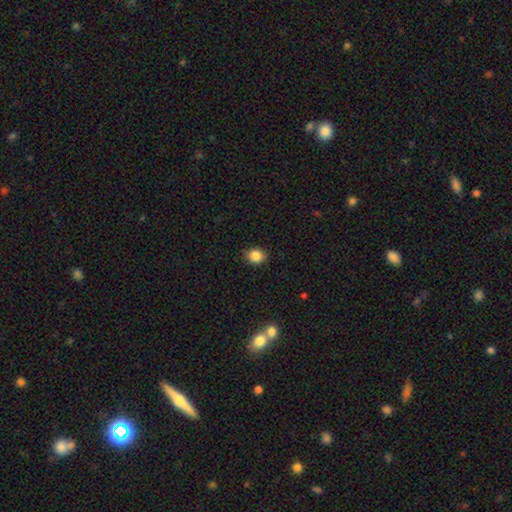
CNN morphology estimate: Overall: smooth (86%). How rounded: round (70%). Merging: none (87%).